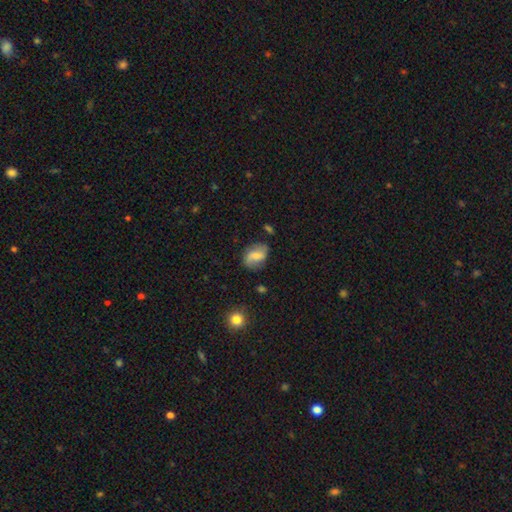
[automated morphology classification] Q: Smooth or featured?
A: smooth (46%); tied with: featured or disk (46%)
Q: Merging?
A: none (71%); runner-up: minor disturbance (20%)